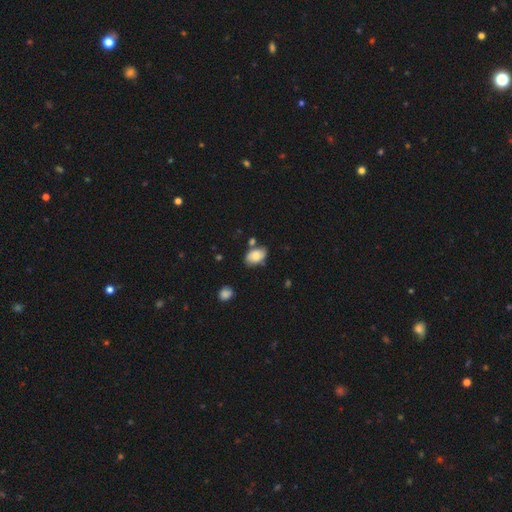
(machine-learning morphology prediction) This appears to be a smooth galaxy with no disk features (75%) that is in between round and cigar-shaped (89%). Merging: none (62%).